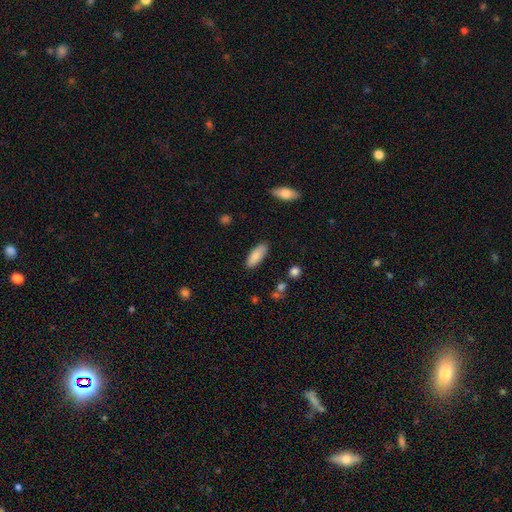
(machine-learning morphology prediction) smooth 86%, featured or disk 8%, star or artifact 6%. Down the decision tree: how rounded — in between (76%); merging — none (87%).